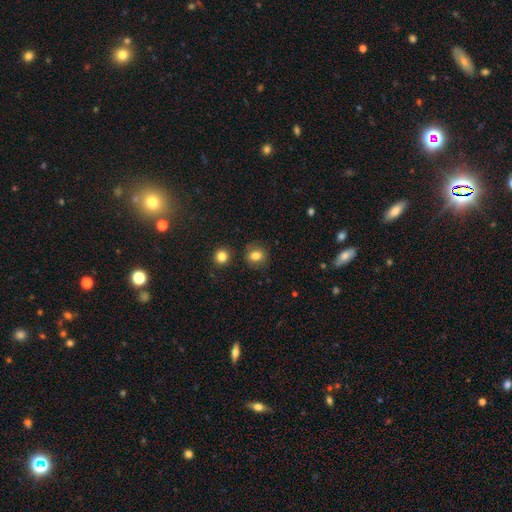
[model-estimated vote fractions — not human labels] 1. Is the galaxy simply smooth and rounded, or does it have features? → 80% smooth, 11% star or artifact, 9% featured or disk.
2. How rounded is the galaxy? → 65% round, 34% in between, 1% cigar-shaped.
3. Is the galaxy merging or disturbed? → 82% none, 11% minor disturbance, 3% merger, 3% major disturbance.